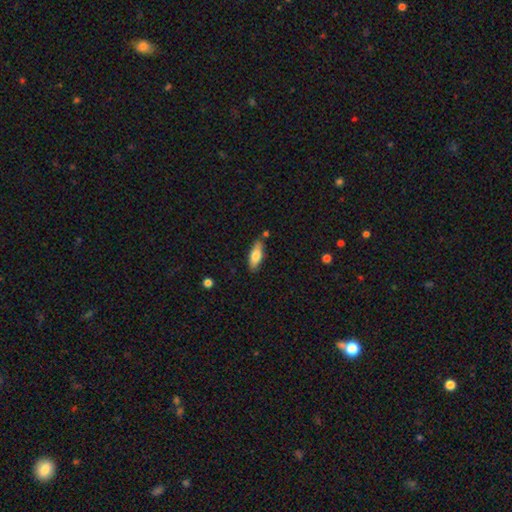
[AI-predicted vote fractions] smooth 75%, featured or disk 19%, star or artifact 6%. Down the decision tree: how rounded — in between (67%); merging — none (80%).